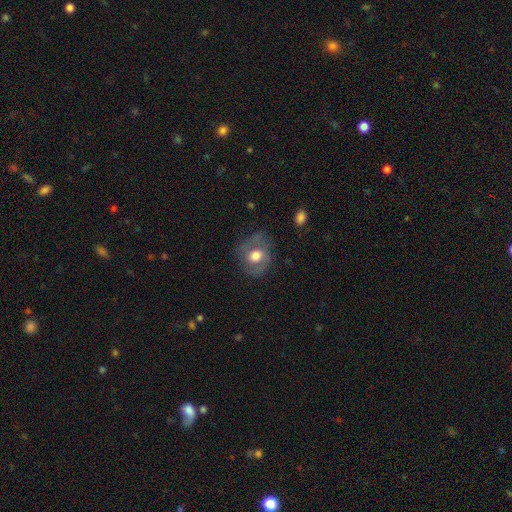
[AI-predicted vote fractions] Smooth or featured? smooth (47%)
Merging? none (65%)